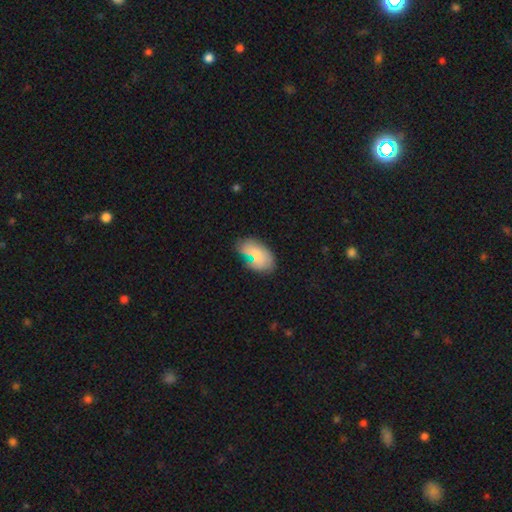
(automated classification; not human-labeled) Smooth or featured?
  - smooth: 70% *
  - featured or disk: 22%
  - star or artifact: 8%
How rounded?
  - in between: 91% *
  - round: 7%
  - cigar-shaped: 2%
Merging?
  - none: 57% *
  - minor disturbance: 23%
  - merger: 12%
  - major disturbance: 7%